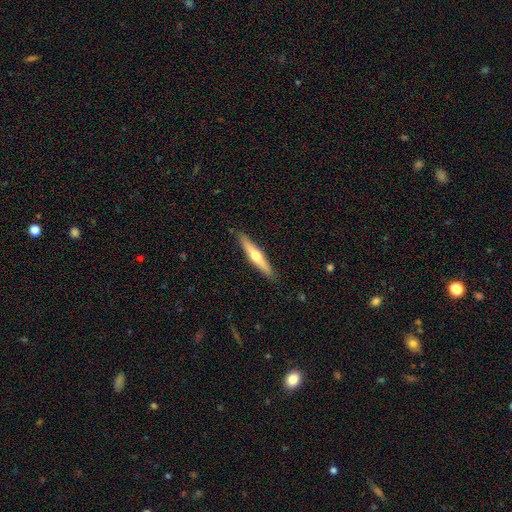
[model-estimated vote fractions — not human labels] A featured or disk galaxy (50%) viewed edge-on (95%). Merging: none (89%).